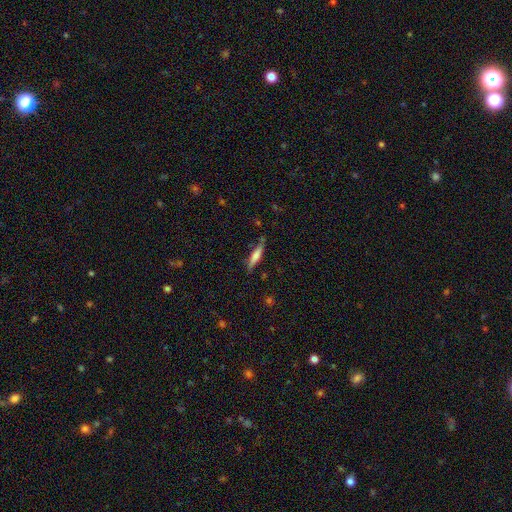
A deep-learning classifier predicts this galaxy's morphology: The model was most divided on "smooth or featured": smooth: 55%, featured or disk: 39%, star or artifact: 7%. More confident: how rounded — cigar-shaped (84%); merging — none (80%).